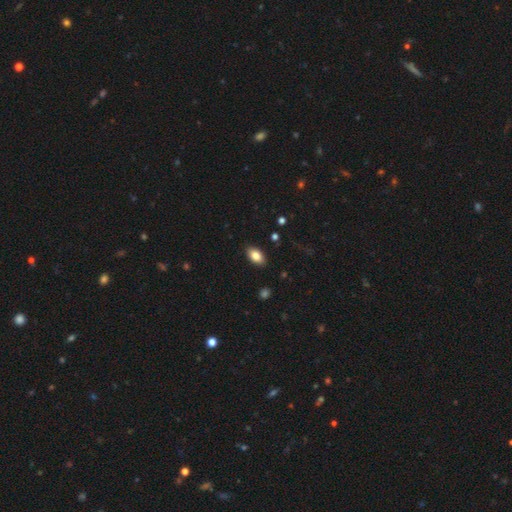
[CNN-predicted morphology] type=smooth (84%); roundness=in between (92%); merging=none (88%).